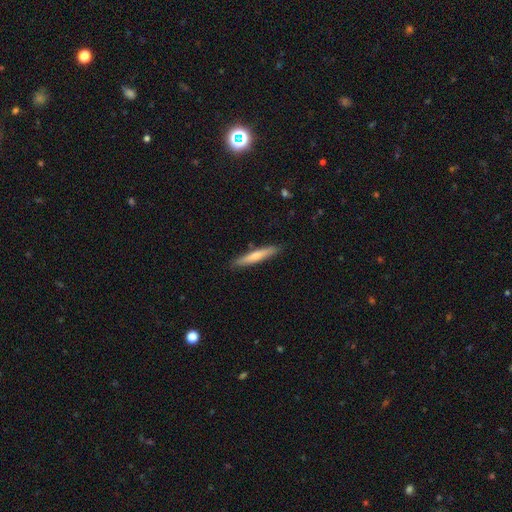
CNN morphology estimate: Smooth or featured?
  - smooth: 66% *
  - featured or disk: 29%
  - star or artifact: 5%
How rounded?
  - cigar-shaped: 91% *
  - in between: 8%
  - round: 1%
Merging?
  - none: 87% *
  - minor disturbance: 10%
  - merger: 2%
  - major disturbance: 2%